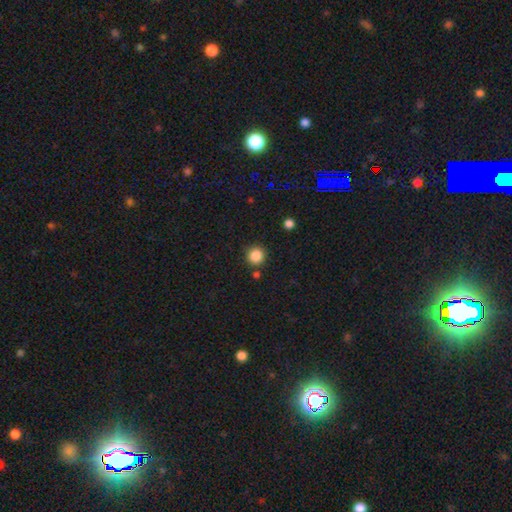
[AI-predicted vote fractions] A smooth galaxy with no disk features (86%) that is round (92%). Merging: none (85%).